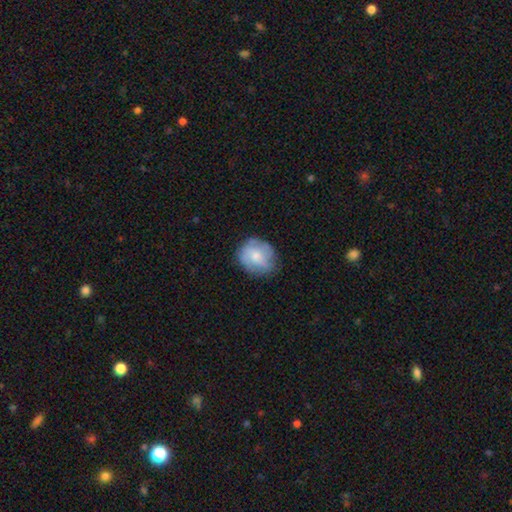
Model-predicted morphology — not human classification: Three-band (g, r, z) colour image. It shows a smooth galaxy with no disk features (56%) that is round (76%). Merging: none (71%).